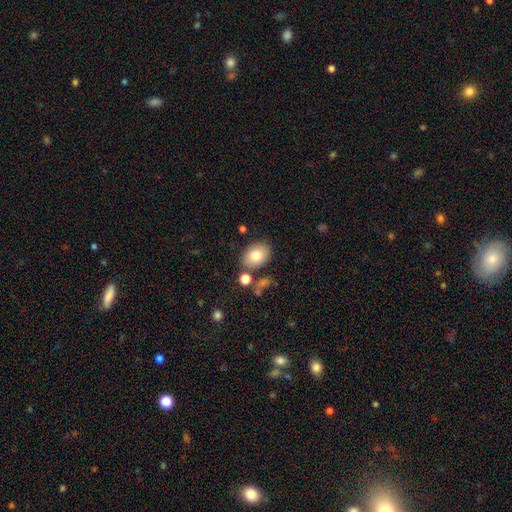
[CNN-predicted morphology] This is likely a smooth galaxy (77%). How rounded: likely in between (72%). Merging: likely none (76%).